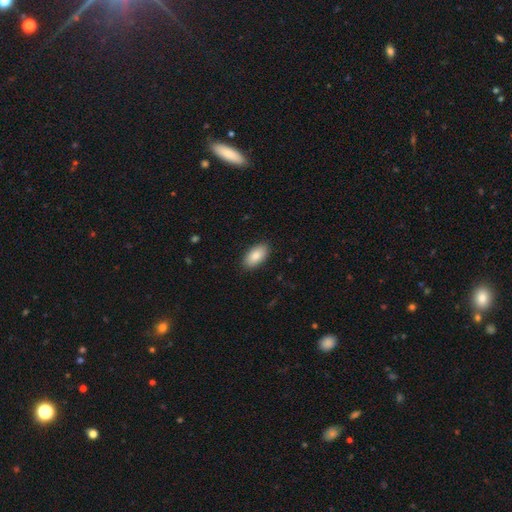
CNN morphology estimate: The model was most divided on "smooth or featured": smooth: 85%, featured or disk: 8%, star or artifact: 6%. More confident: how rounded — in between (94%); merging — none (88%).